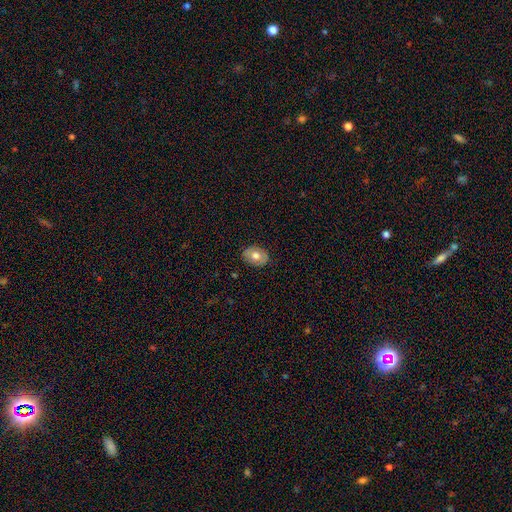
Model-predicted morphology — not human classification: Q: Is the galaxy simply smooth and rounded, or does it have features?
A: smooth — 69%.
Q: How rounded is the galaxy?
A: in between — 69%.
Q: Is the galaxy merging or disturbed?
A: none — 85%.